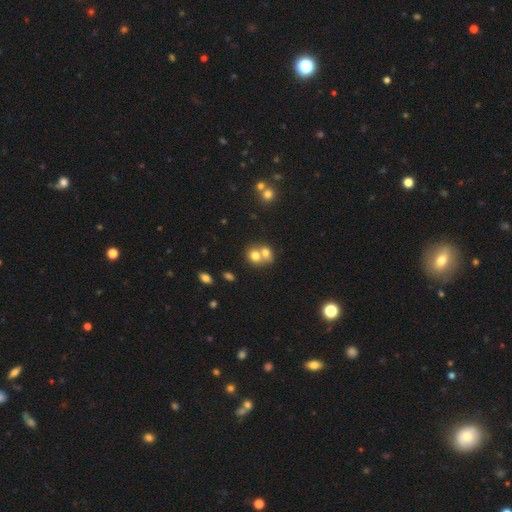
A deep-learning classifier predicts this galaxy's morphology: Smooth or featured? Predicted: smooth (p=0.71). How rounded? Predicted: round (p=0.60). Merging? Predicted: merger (p=0.65).